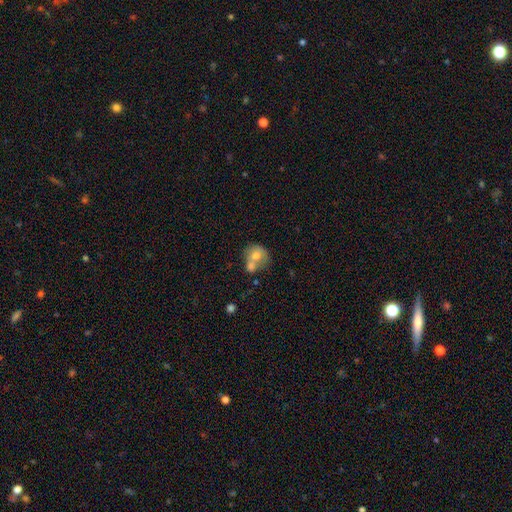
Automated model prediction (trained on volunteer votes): Smooth or featured? smooth (68%)
How rounded? round (68%)
Merging? merger (56%)